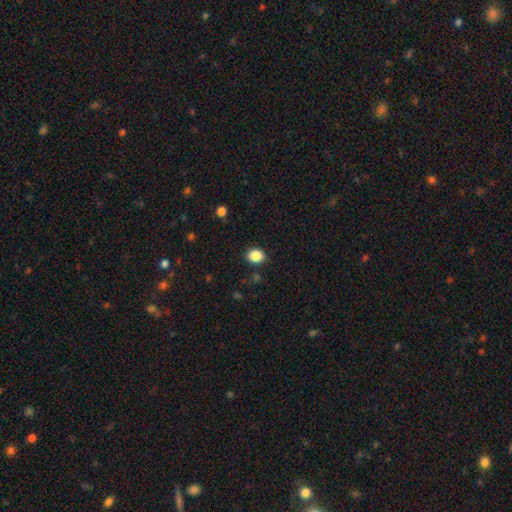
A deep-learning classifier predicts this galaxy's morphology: The model was most divided on "how rounded": round: 53%, in between: 46%, cigar-shaped: 1%. More confident: merging — none (87%); smooth or featured — smooth (87%).